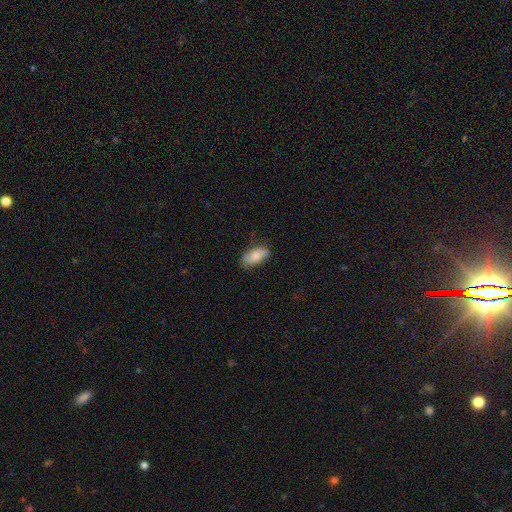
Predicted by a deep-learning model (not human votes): Smooth or featured? smooth (73%)
How rounded? in between (91%)
Merging? none (75%)